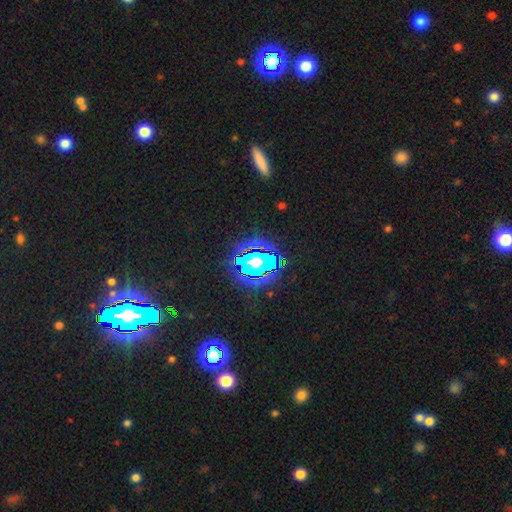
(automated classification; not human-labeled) A star or artifact, not a galaxy (70%).